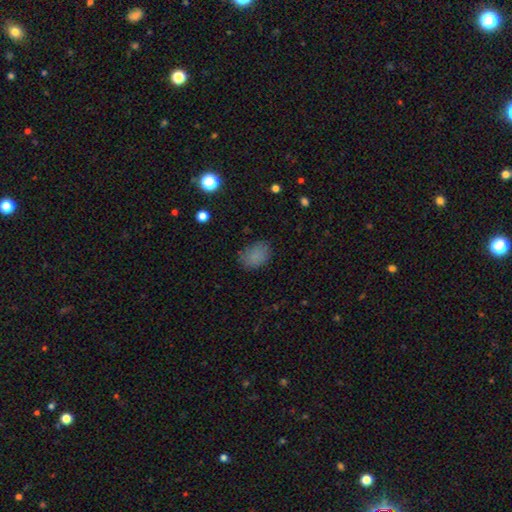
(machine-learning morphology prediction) smooth-or-featured: smooth: 82% | star or artifact: 12% | featured or disk: 6%
  how-rounded: in between: 76% | round: 23% | cigar-shaped: 1%
  merging: none: 75% | minor disturbance: 18% | major disturbance: 5% | merger: 1%